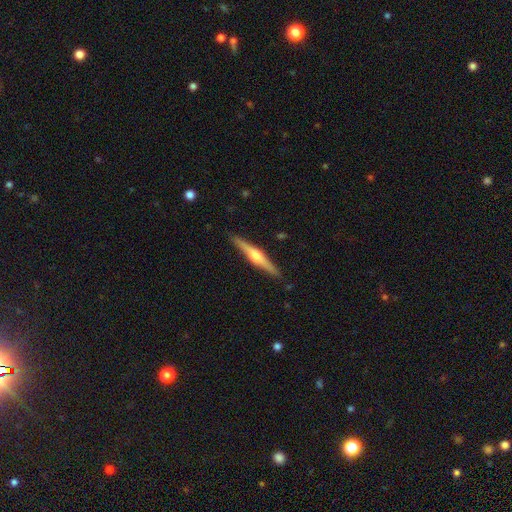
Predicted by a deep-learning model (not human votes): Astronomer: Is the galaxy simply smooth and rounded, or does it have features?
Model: featured or disk — 73%.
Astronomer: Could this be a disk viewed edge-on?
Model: yes — 98%.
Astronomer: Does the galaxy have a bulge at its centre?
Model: rounded — 93%.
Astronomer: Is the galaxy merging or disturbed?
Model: none — 90%.